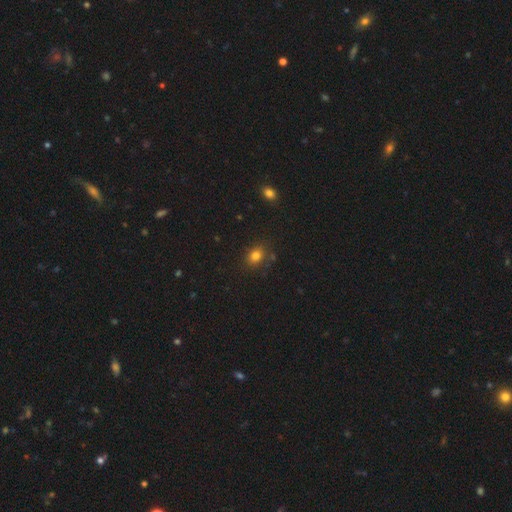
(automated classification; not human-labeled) smooth_or_featured: smooth (p=0.79) [alt: star or artifact p=0.14]
how_rounded: round (p=0.50) [alt: in between p=0.49]
merging: none (p=0.78) [alt: minor disturbance p=0.14]